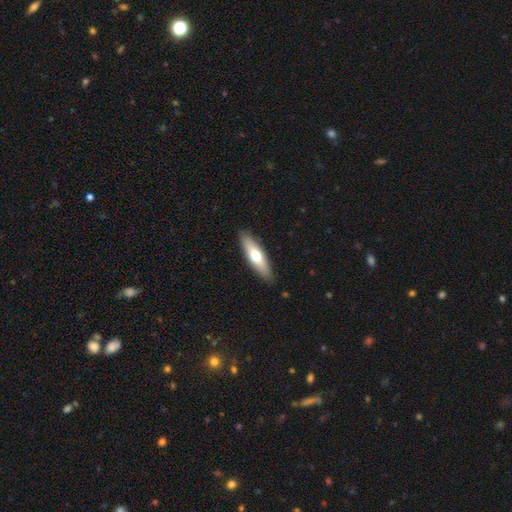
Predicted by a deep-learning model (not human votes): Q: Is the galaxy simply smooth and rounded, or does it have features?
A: smooth — 56%.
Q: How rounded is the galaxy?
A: cigar-shaped — 64%.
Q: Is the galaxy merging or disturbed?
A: none — 89%.